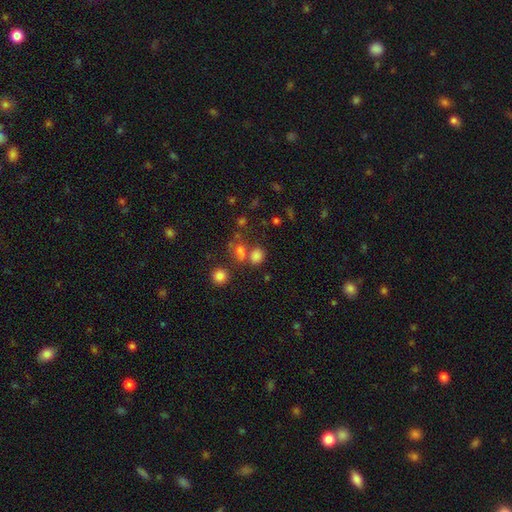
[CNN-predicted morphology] A smooth galaxy with no disk features (76%) that is round (56%).

Vote fractions:
- Smooth or featured? smooth: 76% / star or artifact: 17% / featured or disk: 7%
- How rounded? round: 56% / in between: 42% / cigar-shaped: 1%
- Merging? none: 55% / merger: 27% / minor disturbance: 11% / major disturbance: 6%